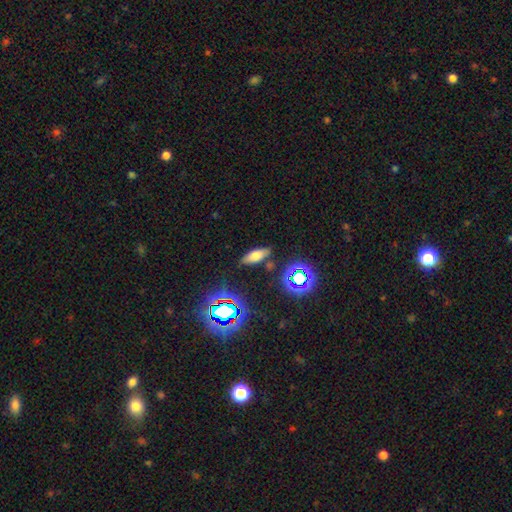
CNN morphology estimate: type=smooth (62%); roundness=in between (70%); merging=none (82%).